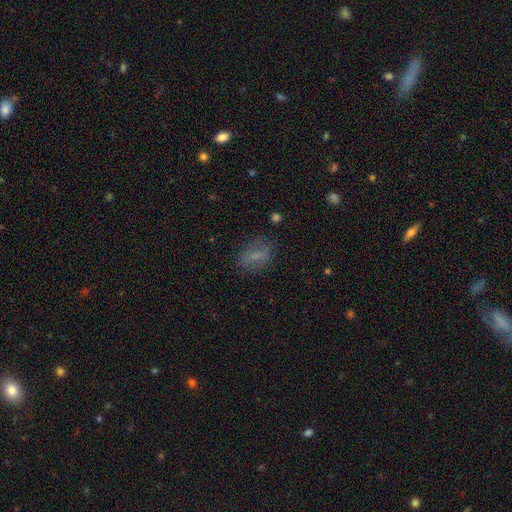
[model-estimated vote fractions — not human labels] Overall: smooth (63%; featured or disk 25%). How rounded: in between (71%). Merging: none (75%).